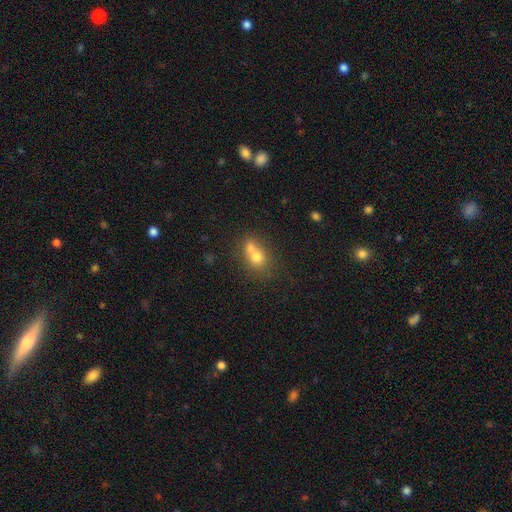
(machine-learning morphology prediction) The model was most divided on "how rounded": round: 62%, in between: 36%, cigar-shaped: 1%. More confident: smooth or featured — smooth (68%); merging — merger (58%).